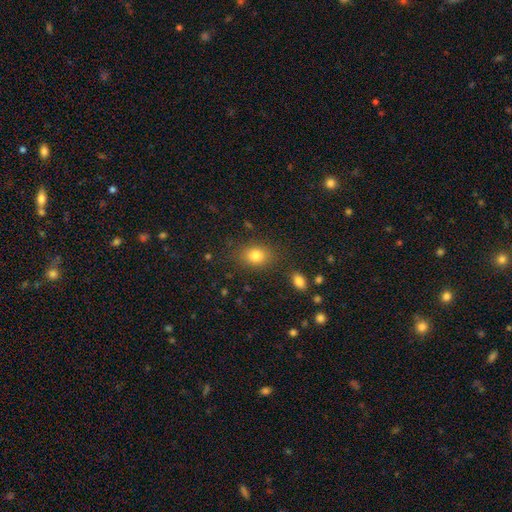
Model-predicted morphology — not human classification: A smooth galaxy with no disk features (81%) that is in between round and cigar-shaped (62%). Merging: none (80%).